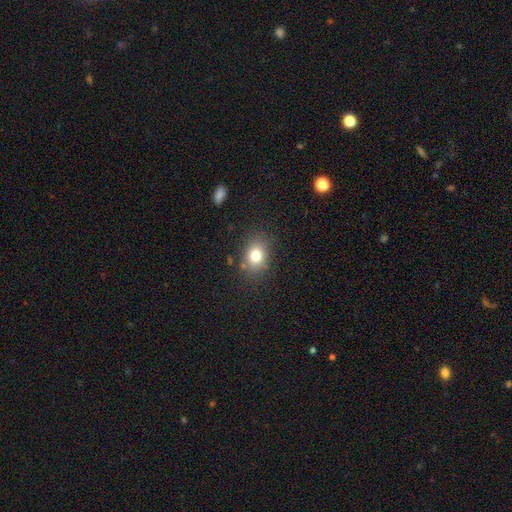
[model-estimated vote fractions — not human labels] Smooth or featured: smooth — 79% (star or artifact — 12%)
How rounded: in between — 58% (round — 41%)
Merging: none — 80% (minor disturbance — 13%)